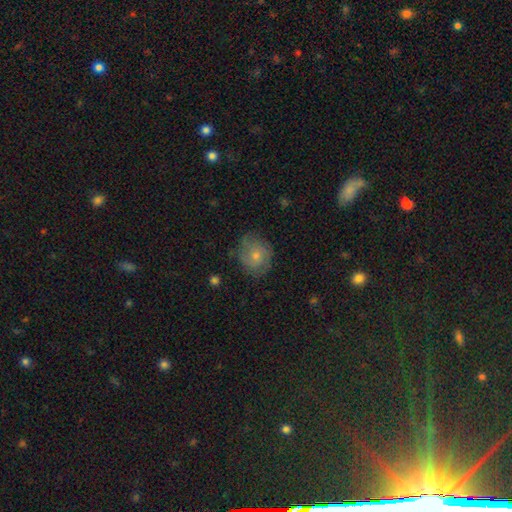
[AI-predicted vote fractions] Q: Smooth or featured?
A: smooth (53%); runner-up: featured or disk (37%)
Q: How rounded?
A: round (76%); runner-up: in between (23%)
Q: Merging?
A: none (73%); runner-up: minor disturbance (19%)